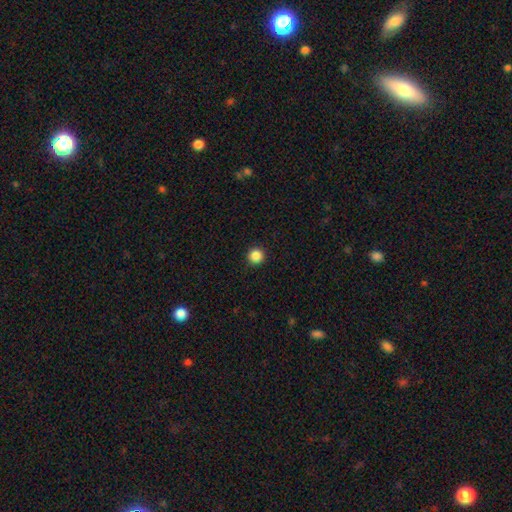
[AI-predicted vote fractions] smooth_or_featured: smooth (p=0.87) [alt: star or artifact p=0.10]
how_rounded: round (p=0.96) [alt: in between p=0.03]
merging: none (p=0.94) [alt: minor disturbance p=0.04]